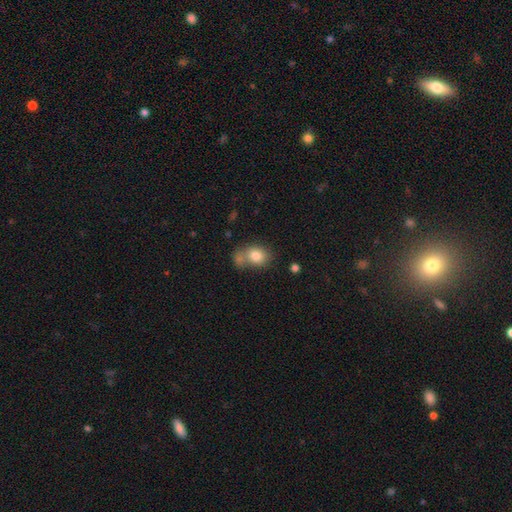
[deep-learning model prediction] This is likely a smooth galaxy (79%). How rounded: possibly round (51%). Merging: marginally none (43%).